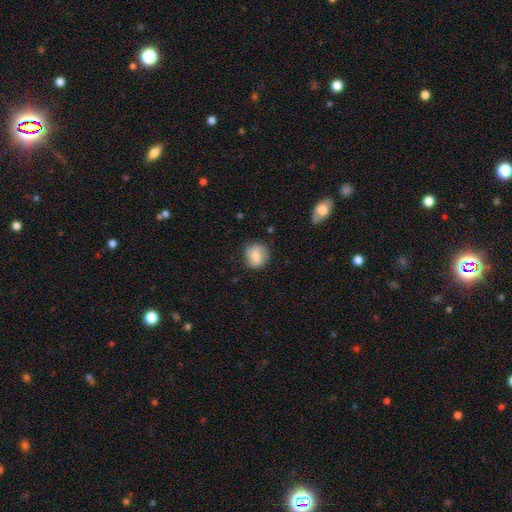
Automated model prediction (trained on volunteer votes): This appears to be a smooth galaxy with no disk features (70%) that is round (84%). Merging: none (80%).